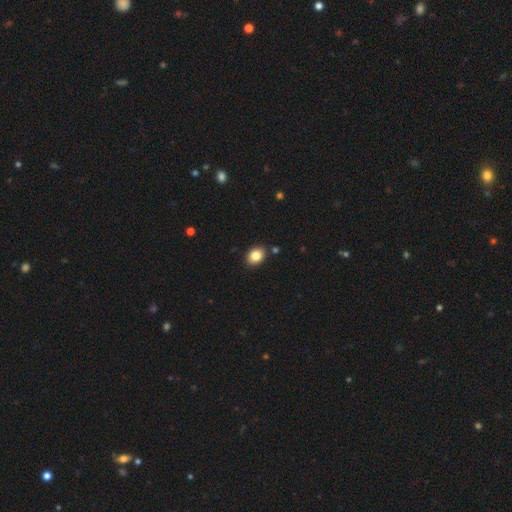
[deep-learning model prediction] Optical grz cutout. It shows a smooth galaxy with no disk features (83%) that is in between round and cigar-shaped (61%). Merging: none (87%).